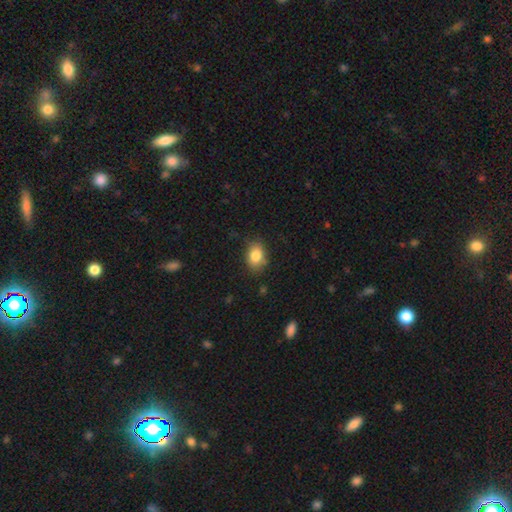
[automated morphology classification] Q: Smooth or featured?
A: smooth (84%); runner-up: star or artifact (9%)
Q: How rounded?
A: in between (76%); runner-up: round (23%)
Q: Merging?
A: none (79%); runner-up: minor disturbance (16%)